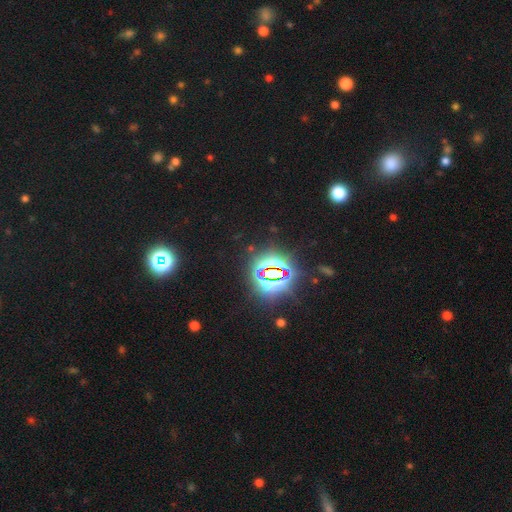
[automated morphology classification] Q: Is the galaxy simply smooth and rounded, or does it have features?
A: star or artifact — 81%.